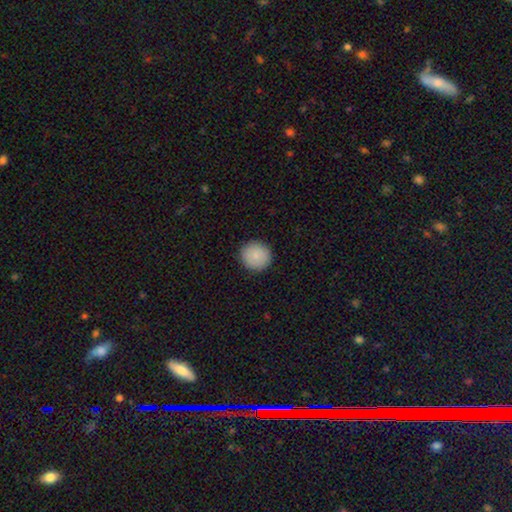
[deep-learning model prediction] Smooth or featured? Predicted: smooth (p=0.87). How rounded? Predicted: round (p=0.92). Merging? Predicted: none (p=0.91).